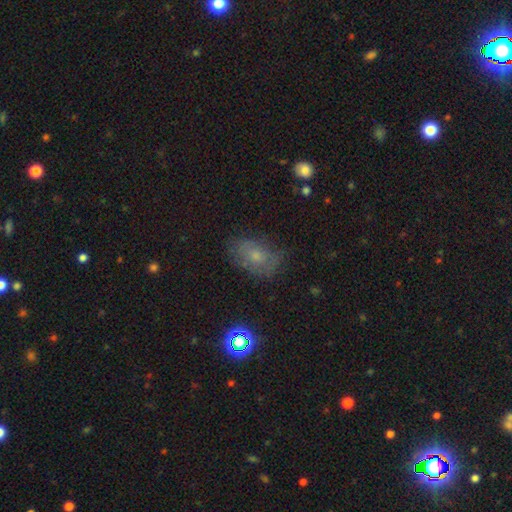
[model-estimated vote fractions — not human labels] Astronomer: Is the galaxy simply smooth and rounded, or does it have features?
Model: smooth — 52% (runner-up: featured or disk, 31%).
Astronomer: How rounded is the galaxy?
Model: in between — 81%.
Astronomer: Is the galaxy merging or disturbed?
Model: none — 65%.